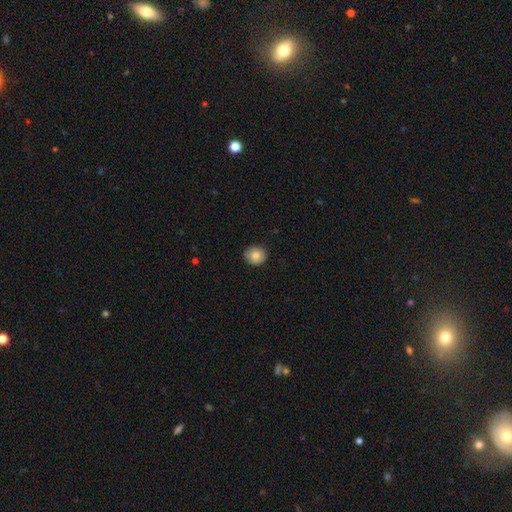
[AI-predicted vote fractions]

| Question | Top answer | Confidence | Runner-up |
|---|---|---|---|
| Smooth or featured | smooth | 83% | star or artifact (8%) |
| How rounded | round | 87% | in between (12%) |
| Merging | none | 88% | minor disturbance (9%) |